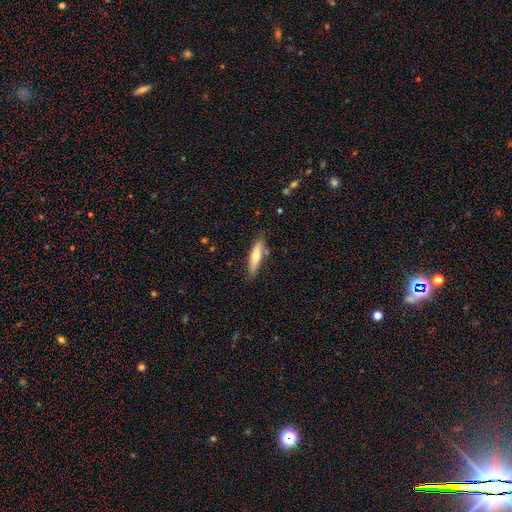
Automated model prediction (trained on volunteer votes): smooth 57%, featured or disk 38%, star or artifact 6%. Down the decision tree: how rounded — cigar-shaped (75%); merging — none (80%).